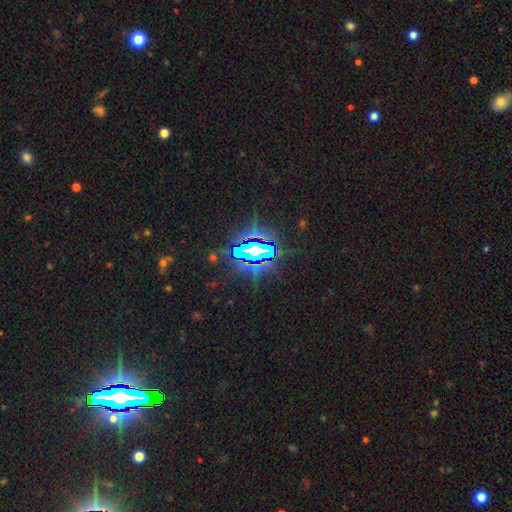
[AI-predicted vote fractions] Q: Smooth or featured?
A: star or artifact (85%); runner-up: smooth (9%)